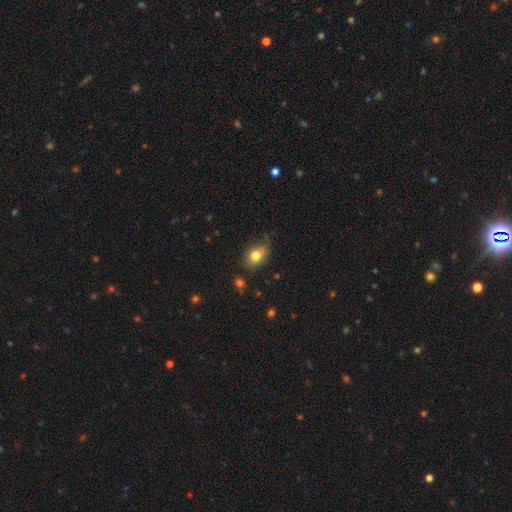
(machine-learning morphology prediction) This appears to be a smooth galaxy with no disk features (80%) that is in between round and cigar-shaped (69%). Merging: none (67%).